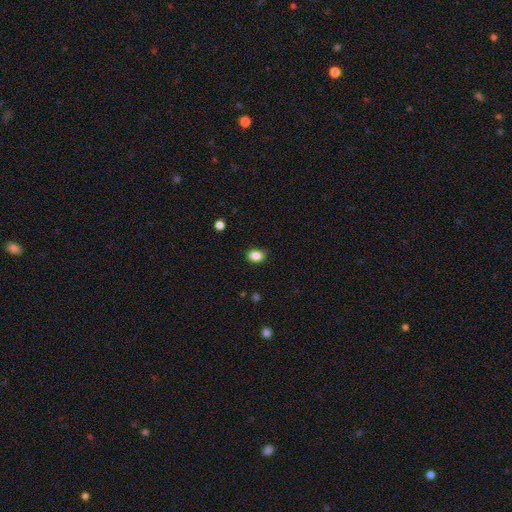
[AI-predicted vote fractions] Smooth or featured?
  - smooth: 87% *
  - star or artifact: 10%
  - featured or disk: 4%
How rounded?
  - in between: 67% *
  - round: 32%
  - cigar-shaped: 1%
Merging?
  - none: 84% *
  - minor disturbance: 13%
  - major disturbance: 2%
  - merger: 1%